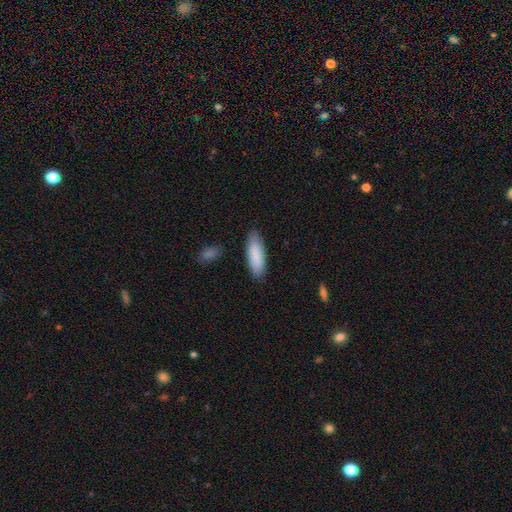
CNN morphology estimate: smooth_or_featured: smooth (p=0.87) [alt: featured or disk p=0.07]
how_rounded: in between (p=0.64) [alt: cigar-shaped p=0.34]
merging: none (p=0.86) [alt: minor disturbance p=0.10]